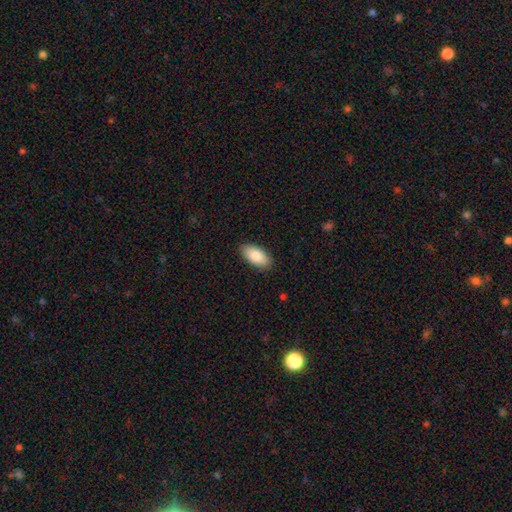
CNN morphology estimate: smooth 83%, featured or disk 11%, star or artifact 6%. Down the decision tree: how rounded — in between (93%); merging — none (89%).